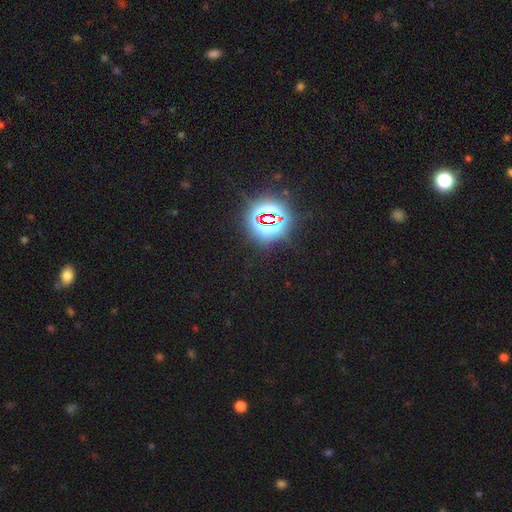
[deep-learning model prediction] A star or artifact, not a galaxy (82%).

Vote fractions:
- Smooth or featured? star or artifact: 82% / smooth: 11% / featured or disk: 7%